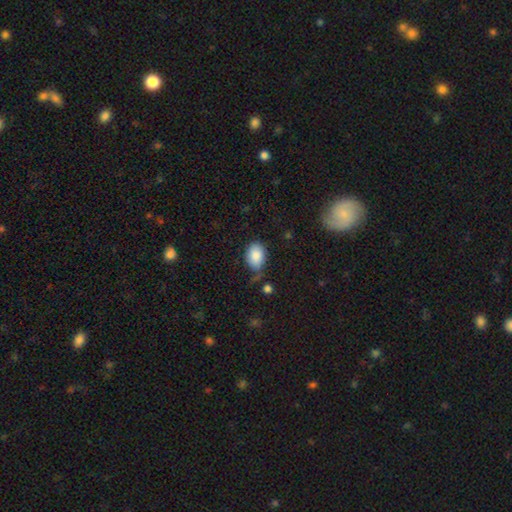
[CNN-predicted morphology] A smooth galaxy with no disk features (86%) that is in between round and cigar-shaped (82%).

Vote fractions:
- Smooth or featured? smooth: 86% / star or artifact: 7% / featured or disk: 7%
- How rounded? in between: 82% / round: 17% / cigar-shaped: 1%
- Merging? none: 53% / minor disturbance: 31% / major disturbance: 10% / merger: 6%